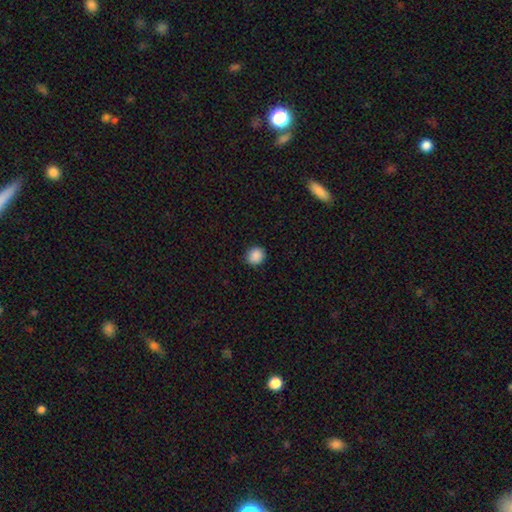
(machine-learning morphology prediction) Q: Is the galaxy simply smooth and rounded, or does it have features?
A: smooth — 89%.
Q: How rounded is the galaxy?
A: round — 84%.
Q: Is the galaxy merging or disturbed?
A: none — 90%.